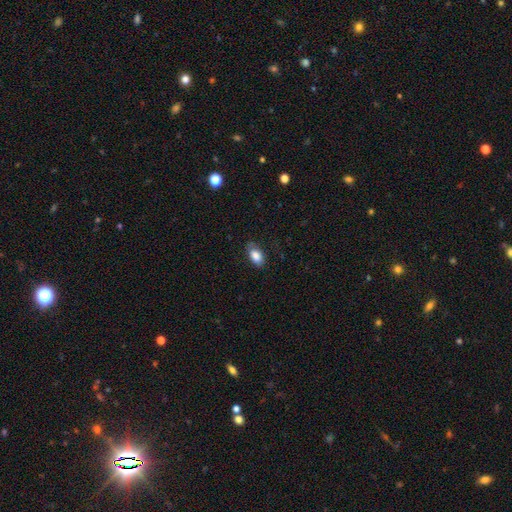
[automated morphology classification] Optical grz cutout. It shows a smooth galaxy with no disk features (84%) that is in between round and cigar-shaped (92%). Merging: none (78%).